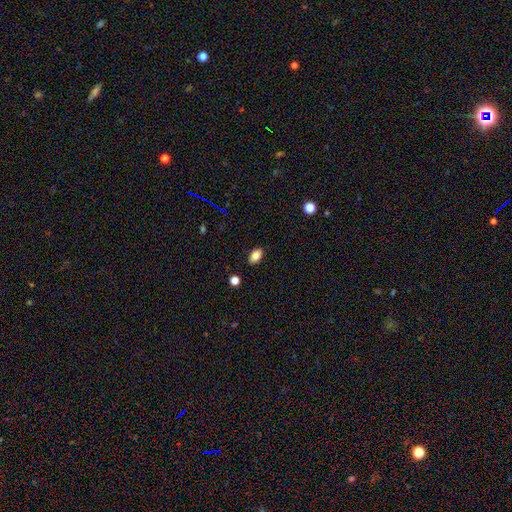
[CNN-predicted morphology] A smooth galaxy with no disk features (83%) that is in between round and cigar-shaped (88%). Merging: none (87%).